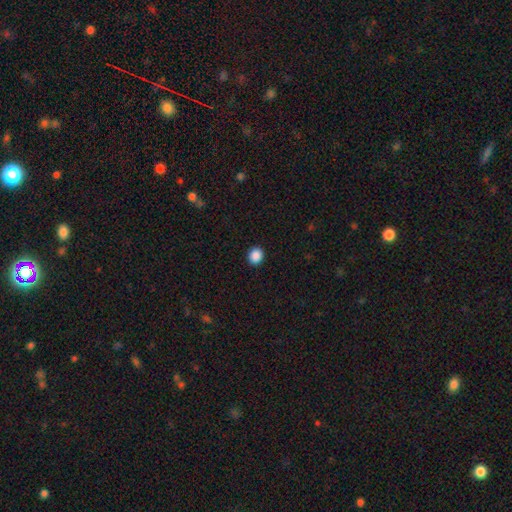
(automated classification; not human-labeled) This appears to be a smooth galaxy with no disk features (89%) that is round (73%). Merging: none (92%).